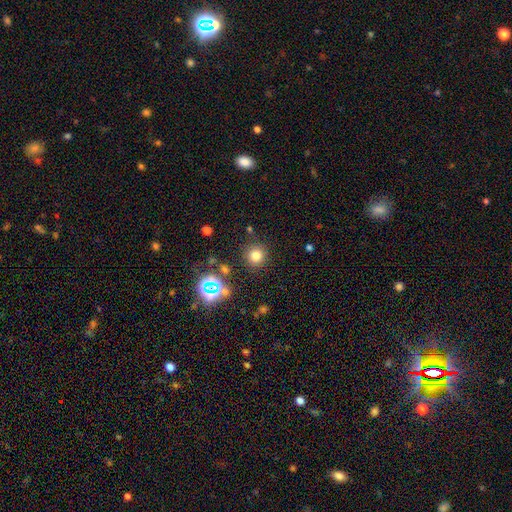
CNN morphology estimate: This is likely a smooth galaxy (74%). How rounded: clearly round (94%). Merging: clearly none (86%).